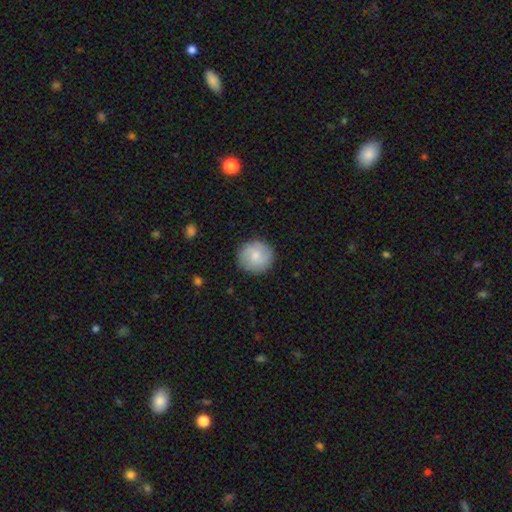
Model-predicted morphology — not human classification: smooth-or-featured: smooth: 65% | featured or disk: 28% | star or artifact: 6%
  how-rounded: round: 94% | in between: 5% | cigar-shaped: 1%
  merging: none: 88% | minor disturbance: 9% | major disturbance: 2% | merger: 1%